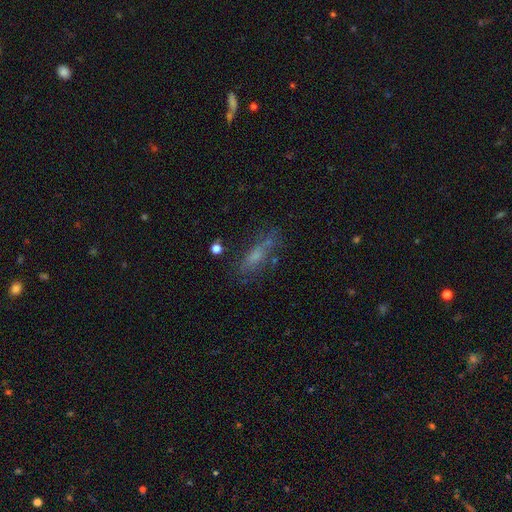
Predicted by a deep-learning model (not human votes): A smooth galaxy with no disk features (55%) that is cigar-shaped (50%). Merging: none (58%).